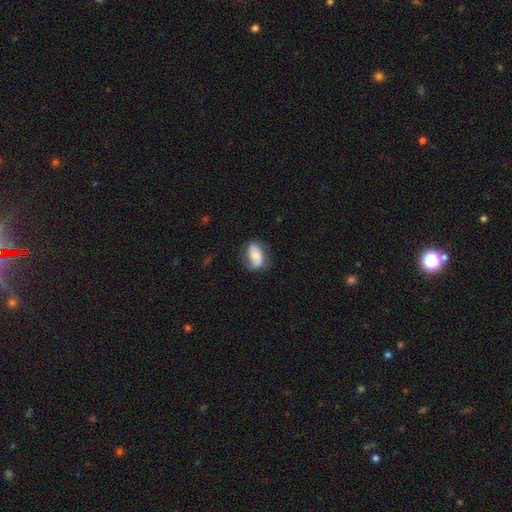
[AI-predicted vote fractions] This appears to be a smooth galaxy with no disk features (49%). Merging: none (56%).